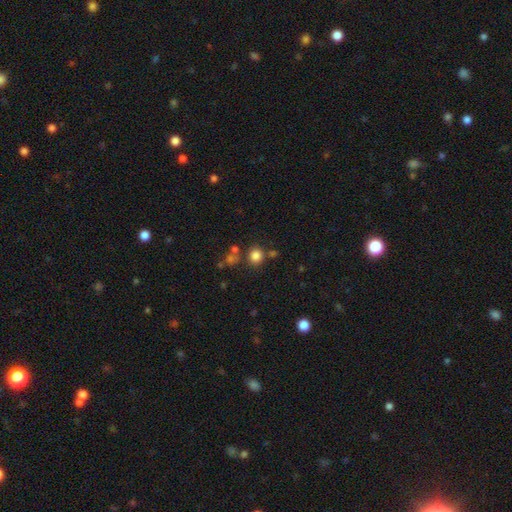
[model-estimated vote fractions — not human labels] A smooth galaxy with no disk features (80%) that is round (87%).

Vote fractions:
- Smooth or featured? smooth: 80% / star or artifact: 14% / featured or disk: 6%
- How rounded? round: 87% / in between: 13% / cigar-shaped: 1%
- Merging? none: 77% / merger: 11% / minor disturbance: 9% / major disturbance: 4%